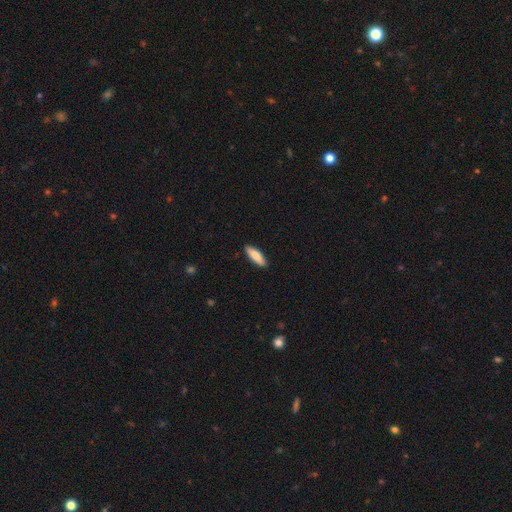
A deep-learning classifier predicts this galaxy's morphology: smooth 81%, featured or disk 14%, star or artifact 5%. Down the decision tree: how rounded — in between (54%); merging — none (90%).